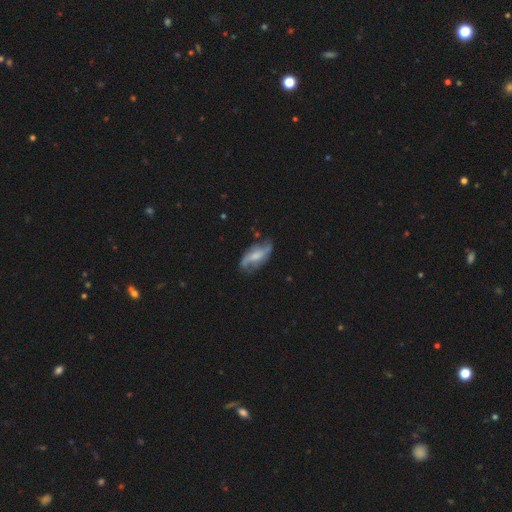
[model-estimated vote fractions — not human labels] The model was most divided on "bulge size": moderate: 40%, small: 37%, none: 15%, large: 7%, dominant: 1%. Remaining: edge-on disk — no (91%); spiral arms — yes (88%); spiral arm count — 2 (83%); smooth or featured — featured or disk (70%); spiral winding — loose (67%); merging — none (64%); bar — weak (45%).